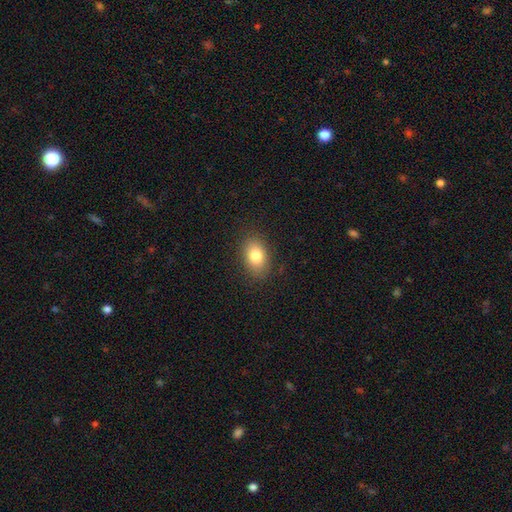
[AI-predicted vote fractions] Smooth or featured?
  - smooth: 81% *
  - featured or disk: 10%
  - star or artifact: 9%
How rounded?
  - in between: 82% *
  - round: 16%
  - cigar-shaped: 1%
Merging?
  - none: 86% *
  - minor disturbance: 10%
  - major disturbance: 3%
  - merger: 1%